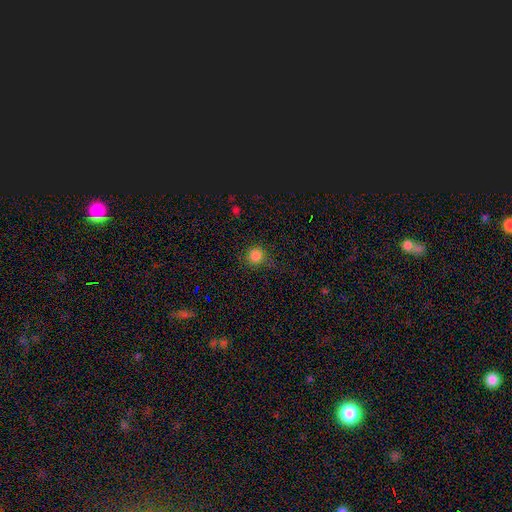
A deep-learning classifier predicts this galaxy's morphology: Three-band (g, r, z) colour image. It shows a smooth galaxy with no disk features (84%) that is round (92%). Merging: none (82%).